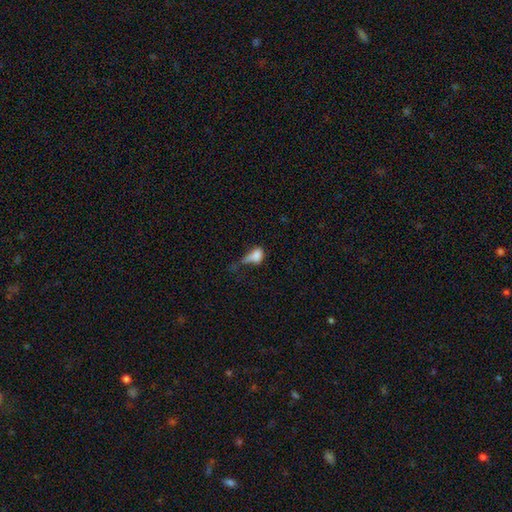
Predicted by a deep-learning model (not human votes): Smooth or featured?
  - smooth: 71% *
  - featured or disk: 18%
  - star or artifact: 11%
How rounded?
  - in between: 73% *
  - round: 21%
  - cigar-shaped: 5%
Merging?
  - major disturbance: 49% *
  - minor disturbance: 21%
  - none: 18%
  - merger: 12%